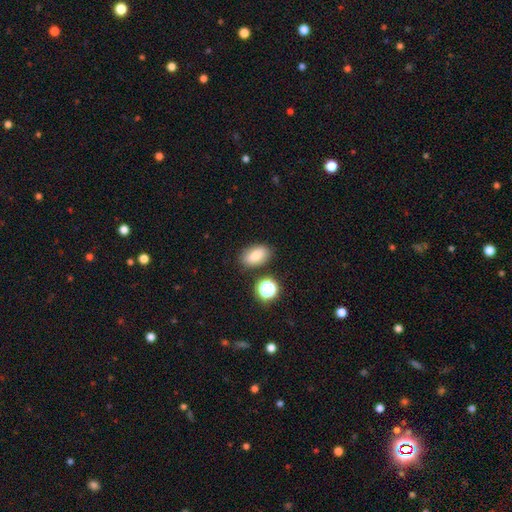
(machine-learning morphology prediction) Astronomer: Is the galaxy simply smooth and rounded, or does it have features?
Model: smooth — 78%.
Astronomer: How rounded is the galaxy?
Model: in between — 88%.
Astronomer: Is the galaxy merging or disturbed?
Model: none — 81%.